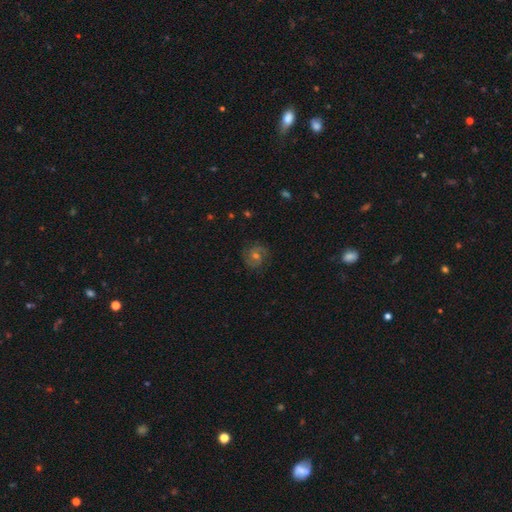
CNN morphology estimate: Smooth or featured? featured or disk (71%)
Edge-on disk? no (98%)
Bar? no (59%)
Spiral arms? yes (94%)
Spiral winding? tight (47%)
Spiral arm count? 2 (73%)
Bulge size? moderate (55%)
Merging? none (83%)